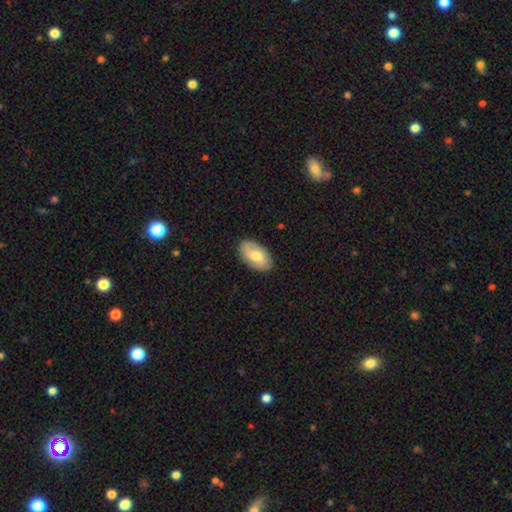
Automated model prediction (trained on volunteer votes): smooth 49%, featured or disk 45%, star or artifact 6%. Down the decision tree: merging — none (86%).